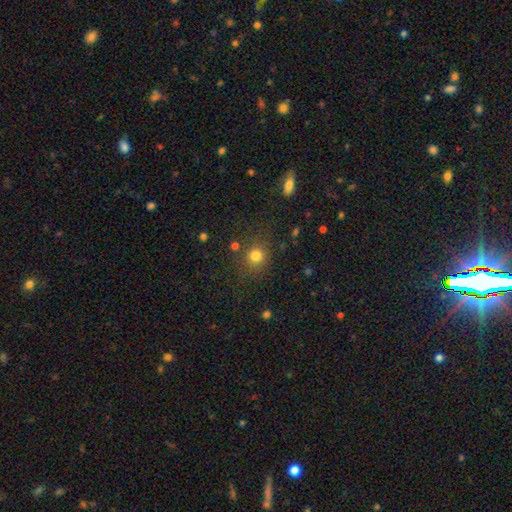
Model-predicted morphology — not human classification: Smooth or featured: smooth — 79% (star or artifact — 15%)
How rounded: round — 89% (in between — 10%)
Merging: none — 80% (minor disturbance — 10%)